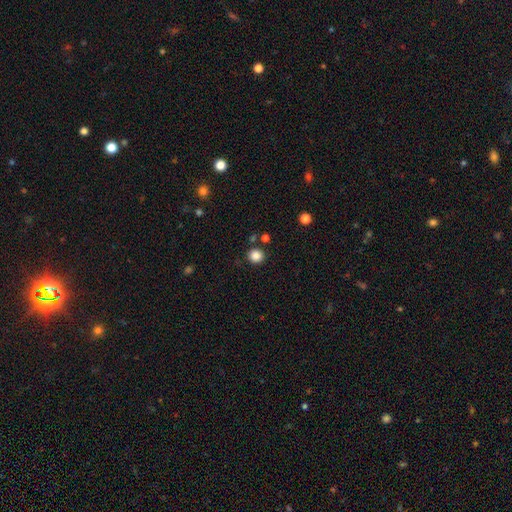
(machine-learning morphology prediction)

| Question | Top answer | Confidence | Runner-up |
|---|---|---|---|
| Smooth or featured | smooth | 85% | star or artifact (11%) |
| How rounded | round | 89% | in between (10%) |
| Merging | none | 85% | minor disturbance (8%) |